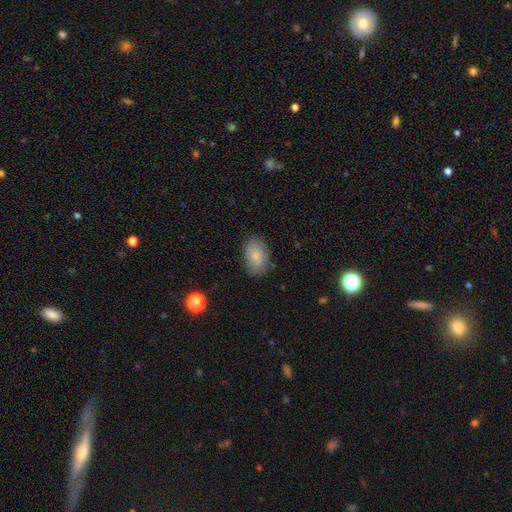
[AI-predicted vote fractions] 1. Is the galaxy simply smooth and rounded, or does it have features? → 83% smooth, 9% featured or disk, 8% star or artifact.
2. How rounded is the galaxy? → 86% in between, 13% round, 1% cigar-shaped.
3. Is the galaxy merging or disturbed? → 81% none, 14% minor disturbance, 3% major disturbance, 1% merger.